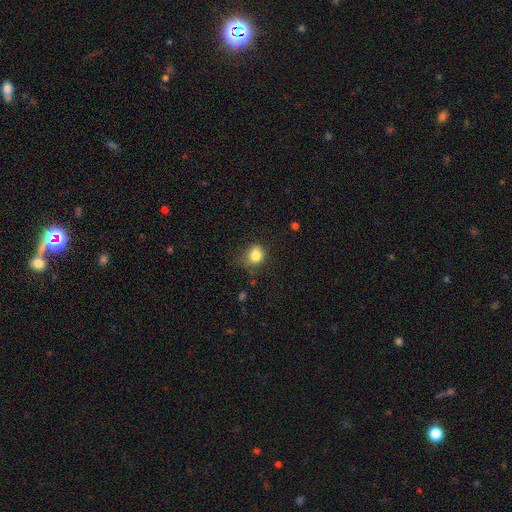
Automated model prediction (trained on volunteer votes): Smooth or featured? smooth (82%)
How rounded? round (64%)
Merging? none (59%)